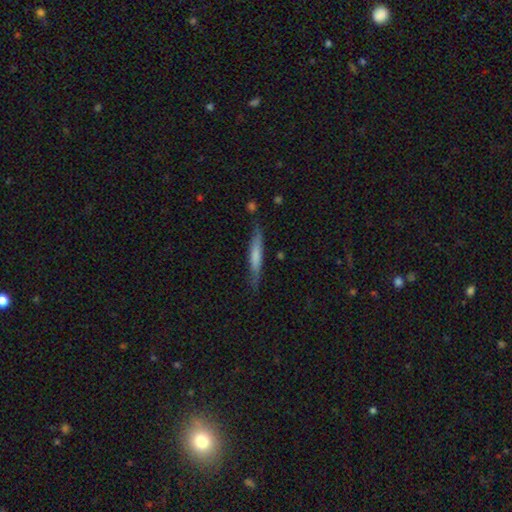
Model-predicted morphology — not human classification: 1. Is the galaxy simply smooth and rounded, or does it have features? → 61% smooth, 33% featured or disk, 6% star or artifact.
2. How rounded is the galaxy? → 92% cigar-shaped, 7% in between, 1% round.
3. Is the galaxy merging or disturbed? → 78% none, 17% minor disturbance, 3% major disturbance, 2% merger.